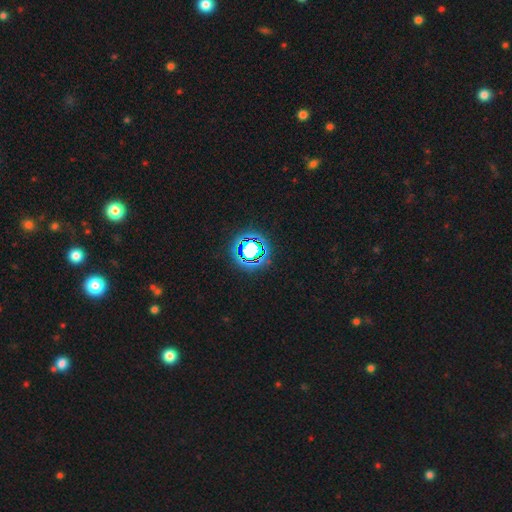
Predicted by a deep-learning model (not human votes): A star or artifact, not a galaxy (79%).

Vote fractions:
- Smooth or featured? star or artifact: 79% / smooth: 14% / featured or disk: 7%